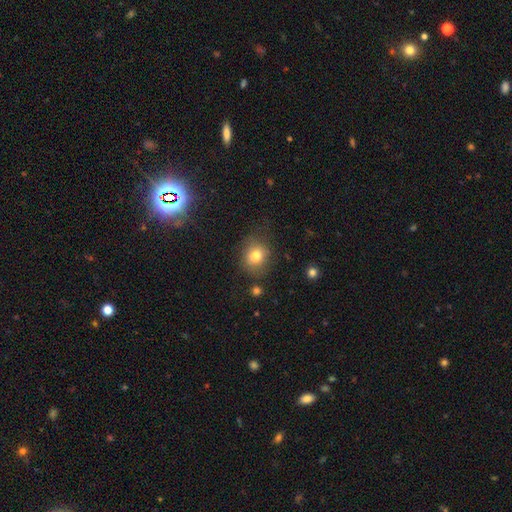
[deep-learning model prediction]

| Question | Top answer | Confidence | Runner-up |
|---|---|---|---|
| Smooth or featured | smooth | 77% | star or artifact (12%) |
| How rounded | round | 74% | in between (25%) |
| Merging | none | 73% | minor disturbance (17%) |